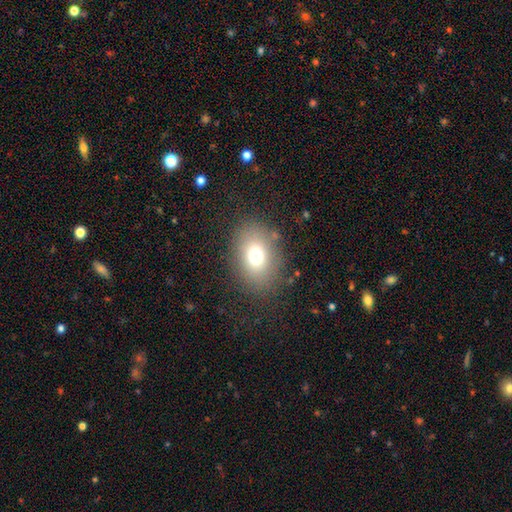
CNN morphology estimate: smooth 73%, star or artifact 14%, featured or disk 13%. Down the decision tree: how rounded — in between (67%); merging — none (82%).